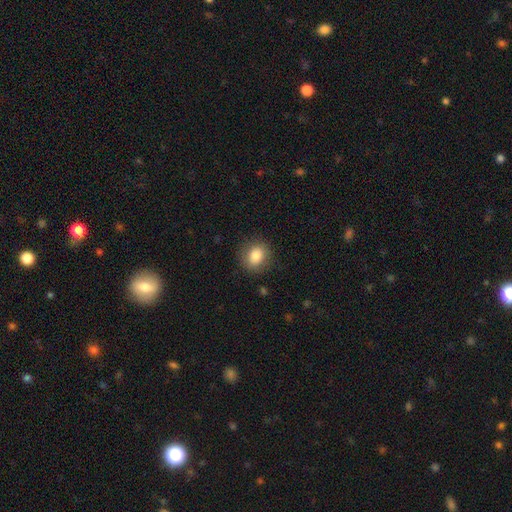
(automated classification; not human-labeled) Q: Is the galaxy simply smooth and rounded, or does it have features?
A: smooth — 83%.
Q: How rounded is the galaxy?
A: round — 65%.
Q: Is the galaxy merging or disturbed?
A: none — 86%.